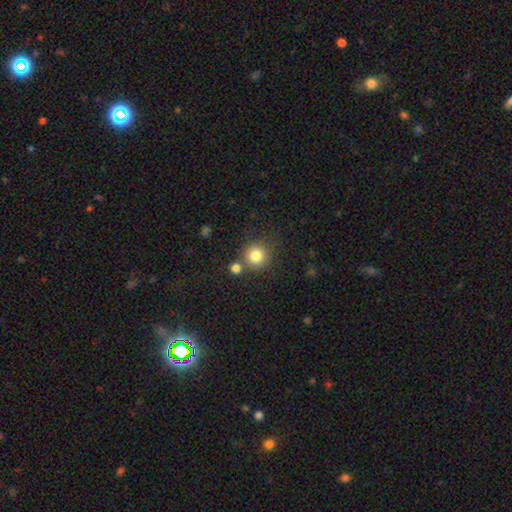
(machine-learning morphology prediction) The model was most divided on "merging": none: 74%, merger: 14%, minor disturbance: 9%, major disturbance: 3%. More confident: how rounded — round (93%); smooth or featured — smooth (81%).